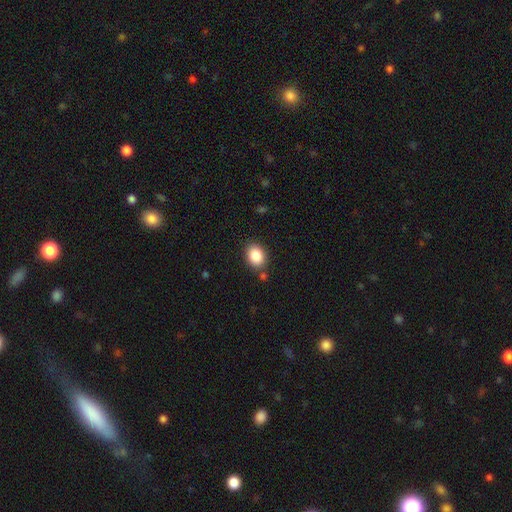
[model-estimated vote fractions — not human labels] A smooth galaxy with no disk features (86%) that is in between round and cigar-shaped (59%). Merging: none (83%).